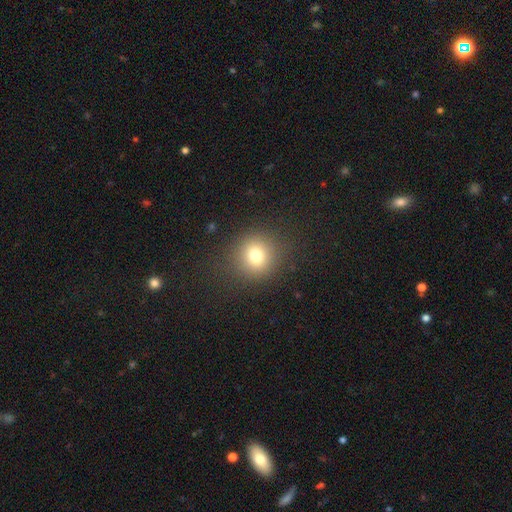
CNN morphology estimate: The model was most divided on "smooth or featured": smooth: 75%, star or artifact: 15%, featured or disk: 9%. More confident: how rounded — round (90%); merging — none (87%).